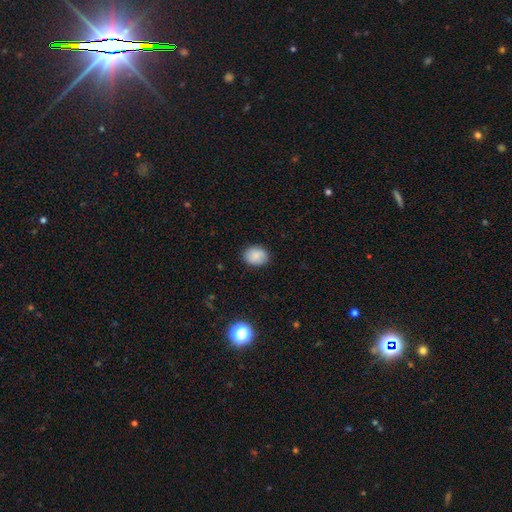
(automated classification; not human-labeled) Morphology: type=smooth (86%); roundness=round (52%); merging=none (86%).